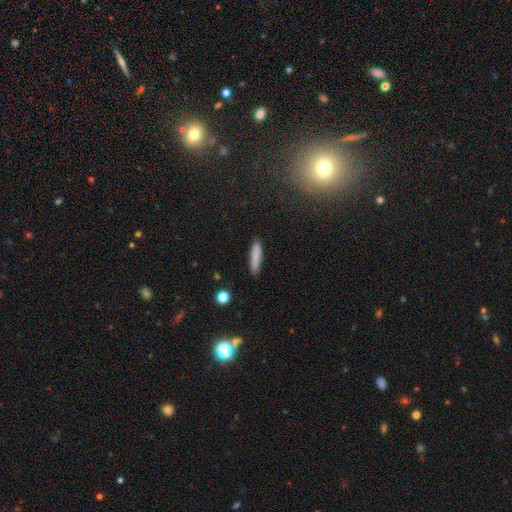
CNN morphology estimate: Overall: smooth (83%). How rounded: cigar-shaped (85%). Merging: none (86%).